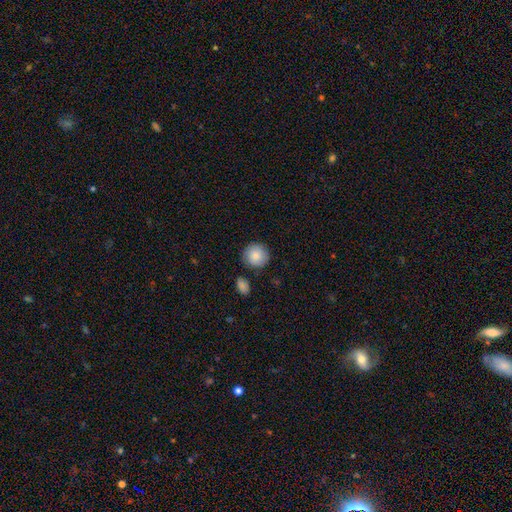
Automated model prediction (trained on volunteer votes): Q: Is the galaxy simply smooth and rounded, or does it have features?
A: smooth — 85%.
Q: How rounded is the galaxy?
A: round — 93%.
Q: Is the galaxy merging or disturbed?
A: none — 83%.